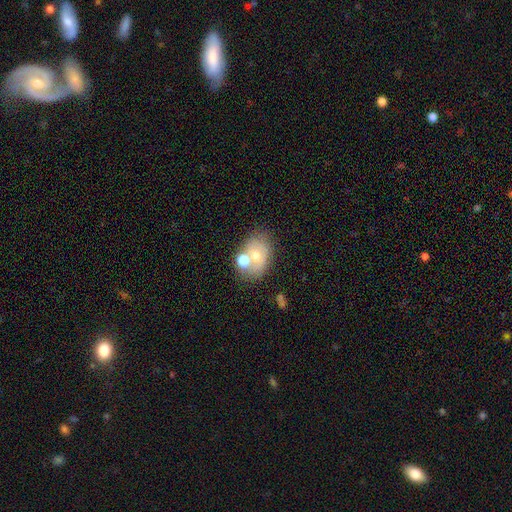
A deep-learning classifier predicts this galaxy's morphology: This appears to be a smooth galaxy with no disk features (57%) that is in between round and cigar-shaped (63%). Merging: none (44%).